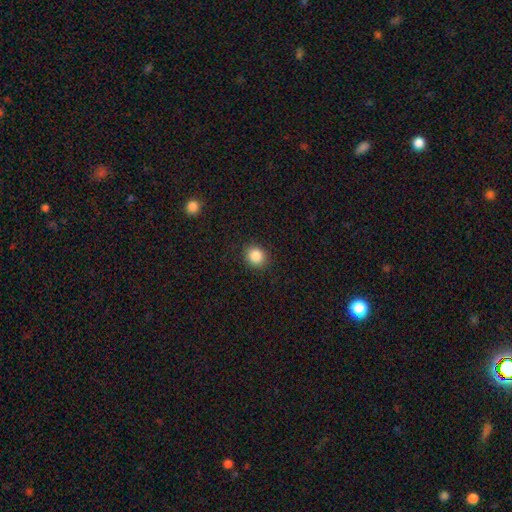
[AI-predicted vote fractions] This appears to be a smooth galaxy with no disk features (87%) that is round (83%). Merging: none (90%).